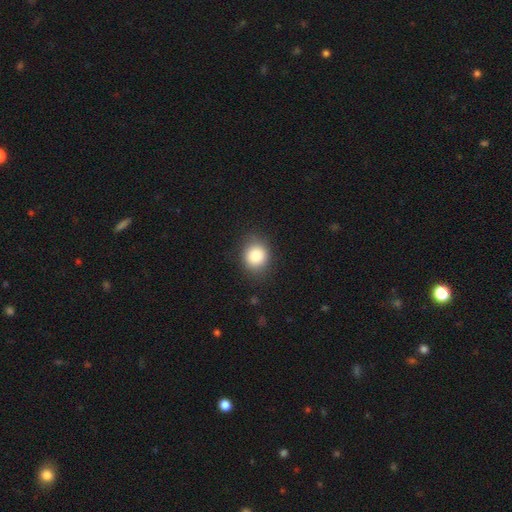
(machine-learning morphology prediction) smooth 84%, star or artifact 9%, featured or disk 6%. Down the decision tree: how rounded — round (72%); merging — none (82%).